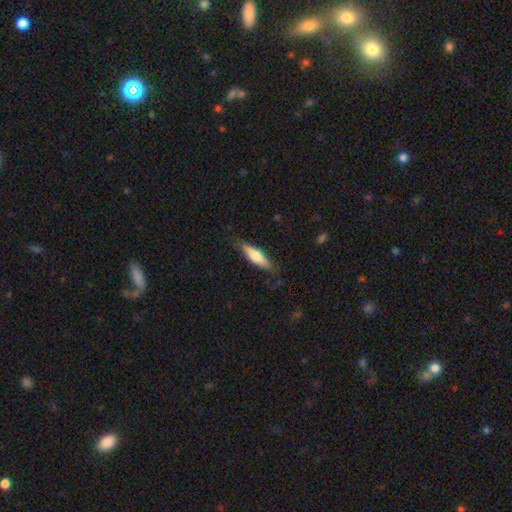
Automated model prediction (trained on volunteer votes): smooth-or-featured: smooth: 63% | featured or disk: 32% | star or artifact: 6%
  how-rounded: cigar-shaped: 63% | in between: 35% | round: 2%
  merging: none: 78% | minor disturbance: 16% | major disturbance: 4% | merger: 1%